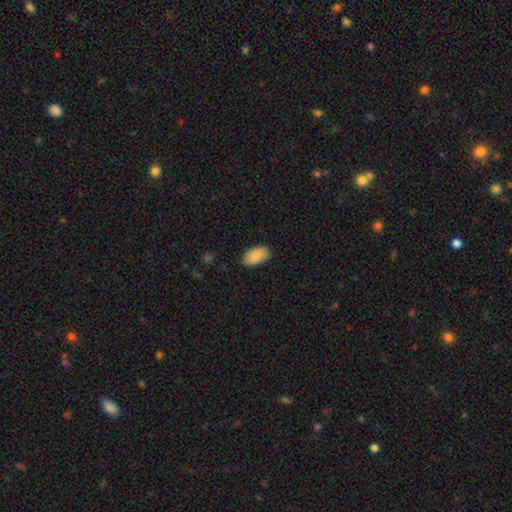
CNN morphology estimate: A smooth galaxy with no disk features (88%) that is in between round and cigar-shaped (94%). Merging: none (84%).